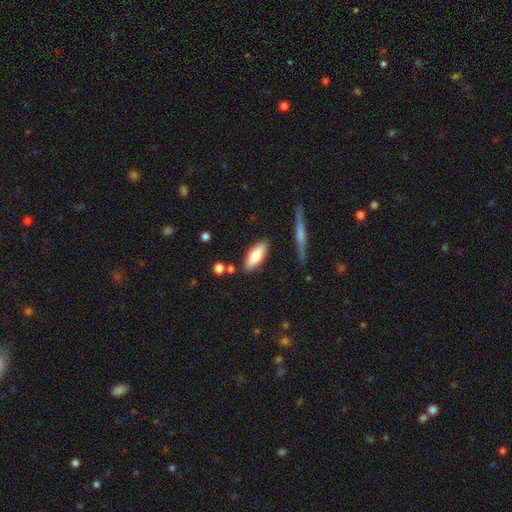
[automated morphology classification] The model was most divided on "how rounded": in between: 71%, cigar-shaped: 26%, round: 2%. More confident: merging — none (83%); smooth or featured — smooth (73%).